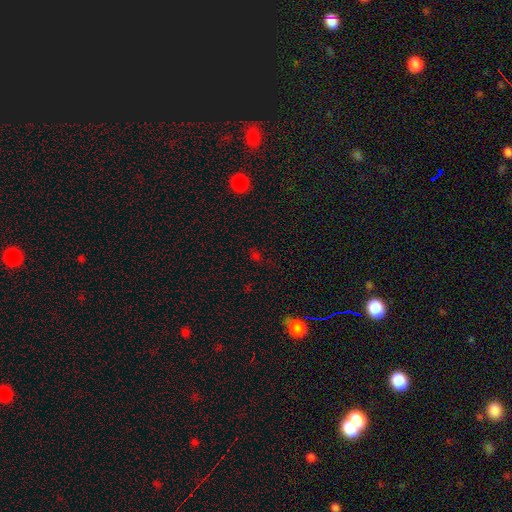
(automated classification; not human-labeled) Morphology: type=smooth (47%); merging=none (78%).